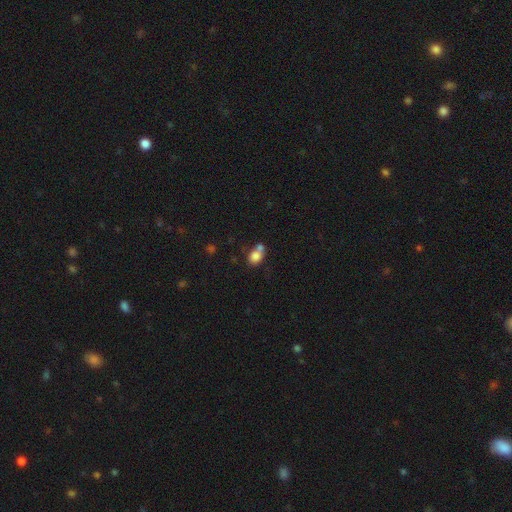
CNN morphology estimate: Smooth or featured?
  - smooth: 80% *
  - star or artifact: 10%
  - featured or disk: 9%
How rounded?
  - in between: 54% *
  - round: 45%
  - cigar-shaped: 1%
Merging?
  - merger: 44% *
  - none: 38%
  - minor disturbance: 12%
  - major disturbance: 6%